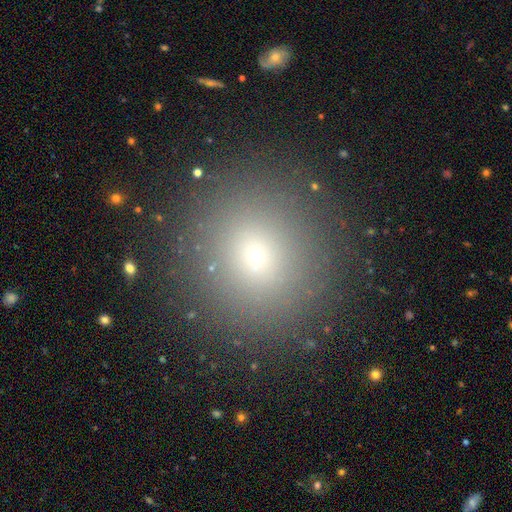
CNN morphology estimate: A smooth galaxy with no disk features (68%) that is round (91%). Merging: none (88%).